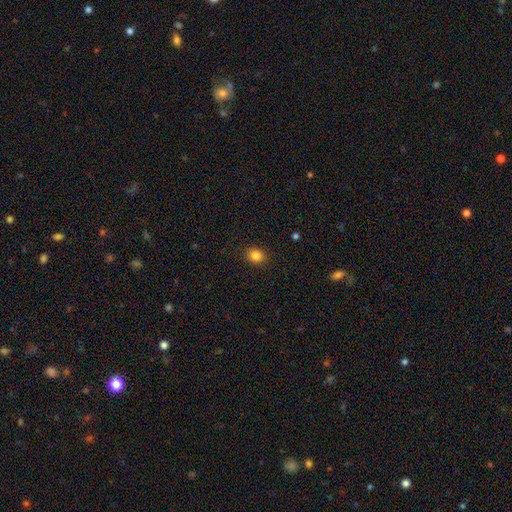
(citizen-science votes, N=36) A smooth galaxy with no disk features (86%) that is round (74%).

Vote fractions:
- Smooth or featured? smooth: 86% / featured or disk: 8% / star or artifact: 6%
- How rounded? round: 74% / in between: 26% / cigar-shaped: 0%
- Merging? none: 97% / major disturbance: 3% / minor disturbance: 0% / merger: 0%